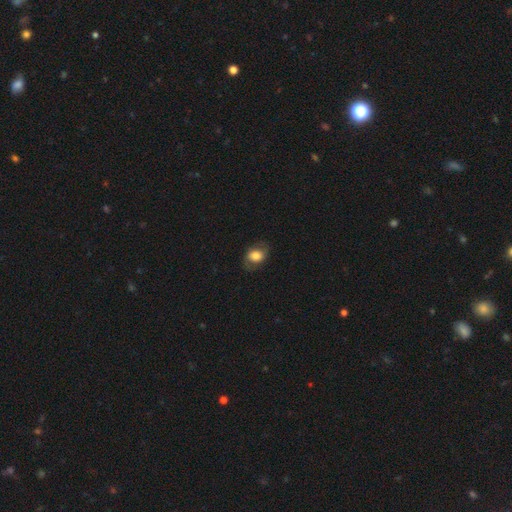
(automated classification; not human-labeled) Smooth or featured? smooth (62%)
How rounded? in between (60%)
Merging? none (75%)